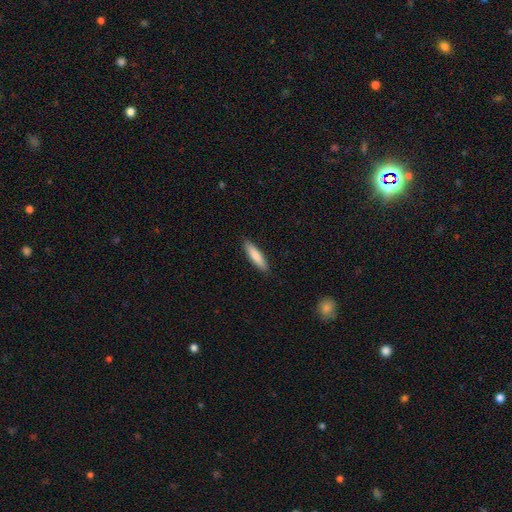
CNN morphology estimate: The model was most divided on "how rounded": cigar-shaped: 78%, in between: 21%, round: 1%. More confident: merging — none (90%); smooth or featured — smooth (79%).